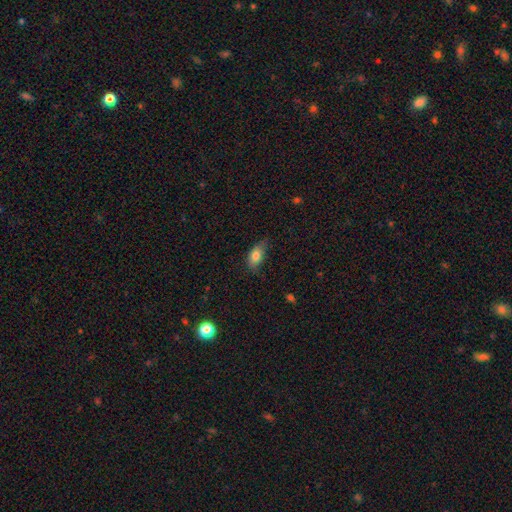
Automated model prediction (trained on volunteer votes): Smooth or featured?
  - smooth: 80% *
  - featured or disk: 12%
  - star or artifact: 8%
How rounded?
  - in between: 87% *
  - cigar-shaped: 8%
  - round: 6%
Merging?
  - none: 63% *
  - minor disturbance: 29%
  - major disturbance: 6%
  - merger: 1%